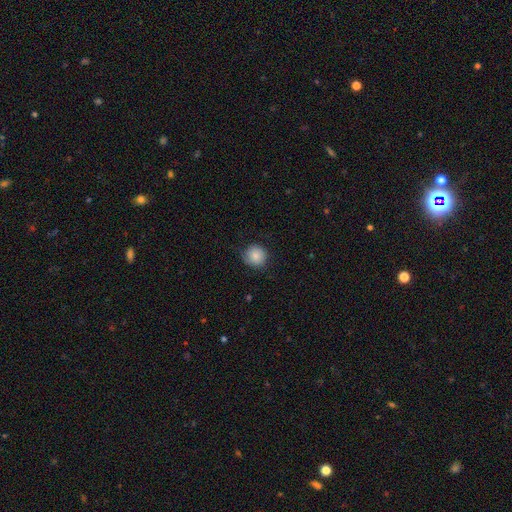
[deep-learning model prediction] A smooth galaxy with no disk features (85%) that is round (90%). Merging: none (75%).